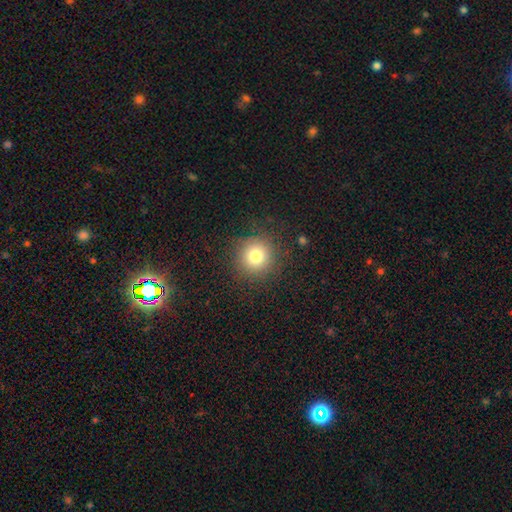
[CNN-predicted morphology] smooth_or_featured: smooth (p=0.78) [alt: star or artifact p=0.13]
how_rounded: round (p=0.94) [alt: in between p=0.05]
merging: none (p=0.87) [alt: minor disturbance p=0.08]